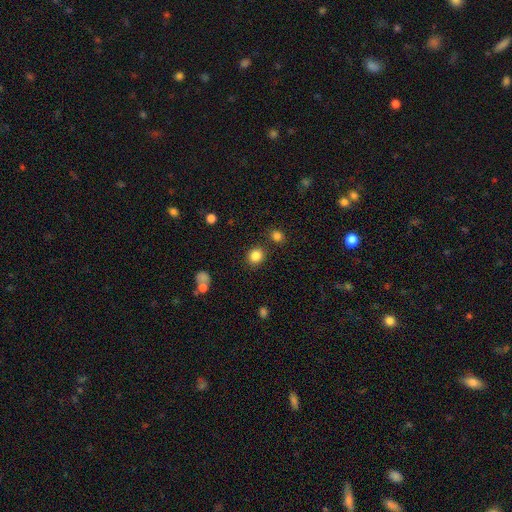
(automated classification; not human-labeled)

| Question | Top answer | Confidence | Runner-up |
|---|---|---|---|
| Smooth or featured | smooth | 84% | star or artifact (11%) |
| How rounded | round | 85% | in between (15%) |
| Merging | none | 84% | minor disturbance (8%) |